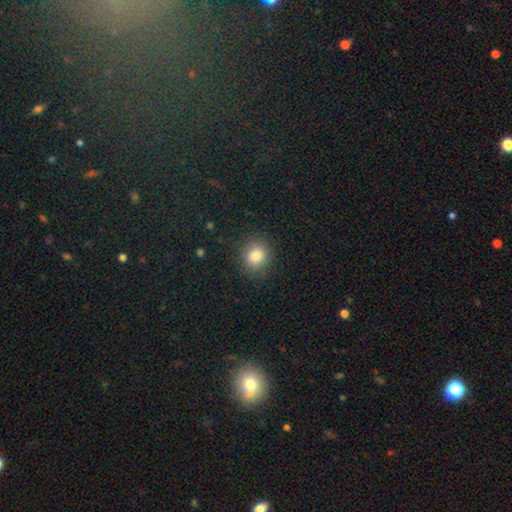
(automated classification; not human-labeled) Smooth or featured?
  - smooth: 84% *
  - star or artifact: 10%
  - featured or disk: 6%
How rounded?
  - round: 81% *
  - in between: 18%
  - cigar-shaped: 1%
Merging?
  - none: 87% *
  - minor disturbance: 9%
  - major disturbance: 3%
  - merger: 1%